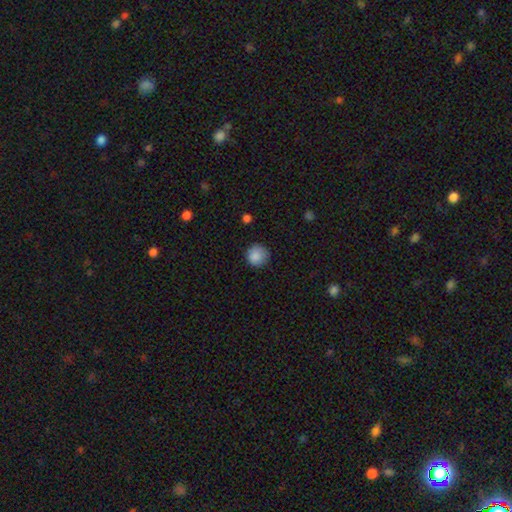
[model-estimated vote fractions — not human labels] Morphology: type=smooth (87%); roundness=round (93%); merging=none (82%).